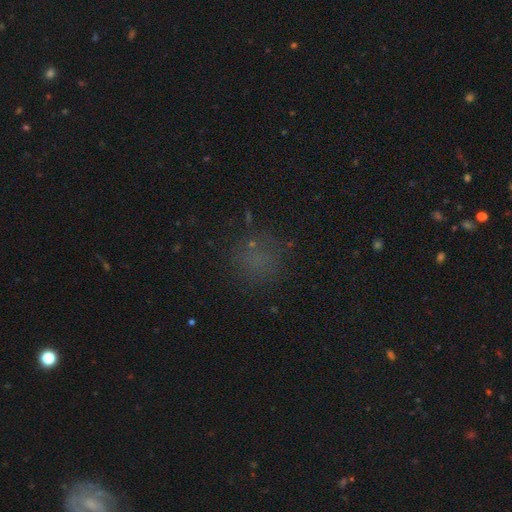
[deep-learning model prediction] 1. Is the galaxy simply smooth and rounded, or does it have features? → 57% smooth, 33% star or artifact, 10% featured or disk.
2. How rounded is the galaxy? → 87% round, 12% in between, 1% cigar-shaped.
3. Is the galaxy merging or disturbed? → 78% none, 13% minor disturbance, 7% major disturbance, 2% merger.